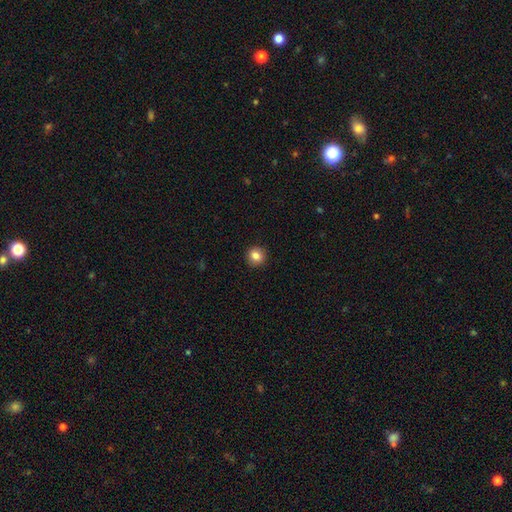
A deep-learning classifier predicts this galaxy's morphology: type=smooth (84%); roundness=round (91%); merging=none (92%).